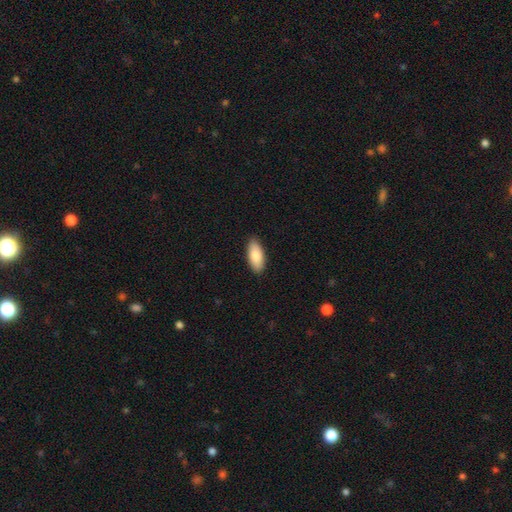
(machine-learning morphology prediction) This is clearly a smooth galaxy (83%). How rounded: clearly in between (86%). Merging: clearly none (89%).